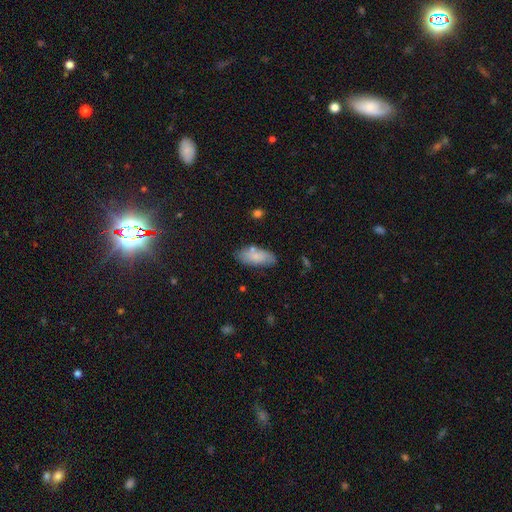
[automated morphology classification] smooth_or_featured: smooth (p=0.80) [alt: featured or disk p=0.13]
how_rounded: in between (p=0.84) [alt: cigar-shaped p=0.14]
merging: none (p=0.72) [alt: minor disturbance p=0.18]